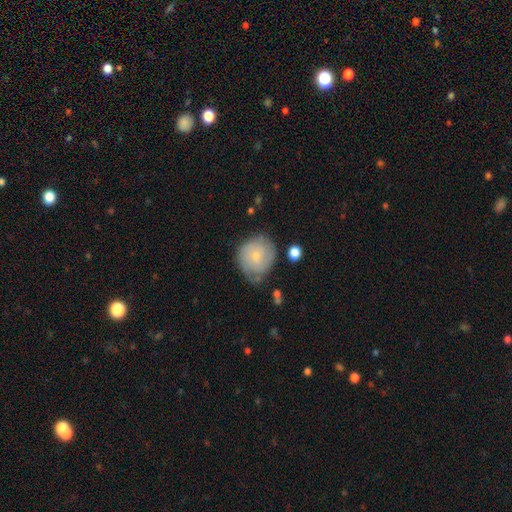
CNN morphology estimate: Smooth or featured? smooth (48%)
Merging? none (59%)